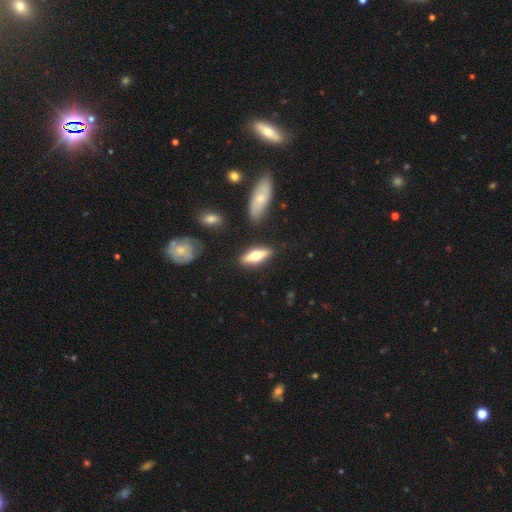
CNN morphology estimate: This appears to be a featured or disk galaxy (50%) viewed edge-on (88%). Merging: none (85%).